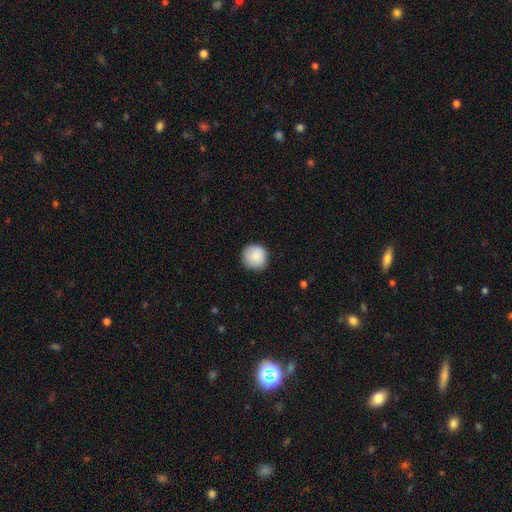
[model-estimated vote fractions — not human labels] Smooth or featured?
  - smooth: 87% *
  - star or artifact: 7%
  - featured or disk: 6%
How rounded?
  - round: 94% *
  - in between: 5%
  - cigar-shaped: 1%
Merging?
  - none: 87% *
  - minor disturbance: 10%
  - major disturbance: 2%
  - merger: 1%